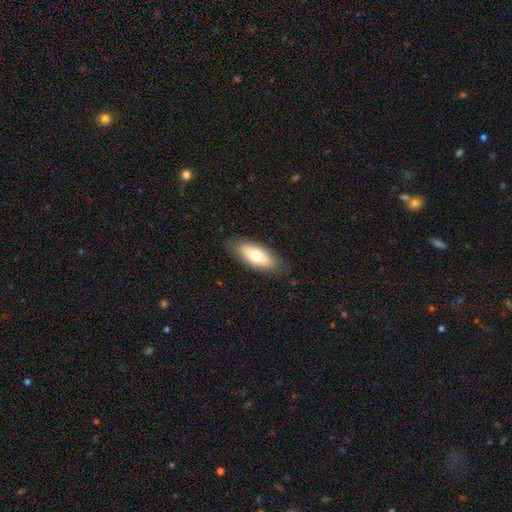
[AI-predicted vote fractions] The model was most divided on "smooth or featured": smooth: 67%, featured or disk: 27%, star or artifact: 6%. More confident: merging — none (83%); how rounded — in between (81%).